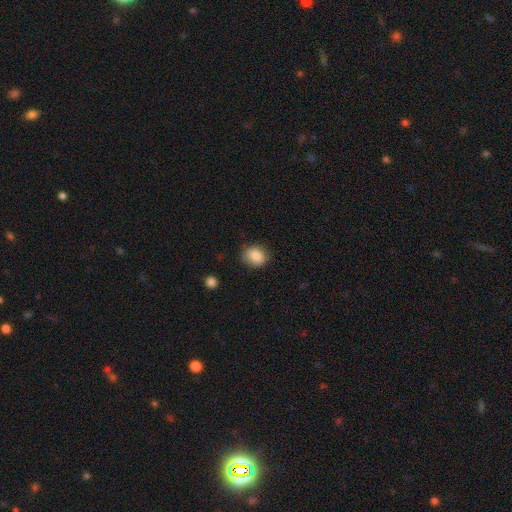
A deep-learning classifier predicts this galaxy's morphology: The model was most divided on "how rounded": round: 59%, in between: 40%, cigar-shaped: 1%. More confident: smooth or featured — smooth (86%); merging — none (83%).